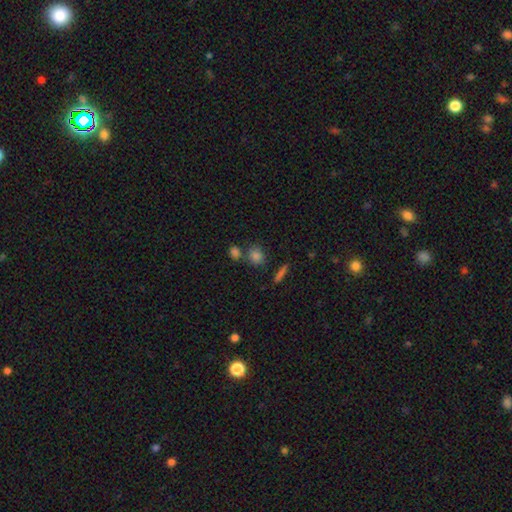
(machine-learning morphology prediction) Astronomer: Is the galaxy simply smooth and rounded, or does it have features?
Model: smooth — 80%.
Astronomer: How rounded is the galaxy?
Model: round — 74%.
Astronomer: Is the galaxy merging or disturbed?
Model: none — 65%.